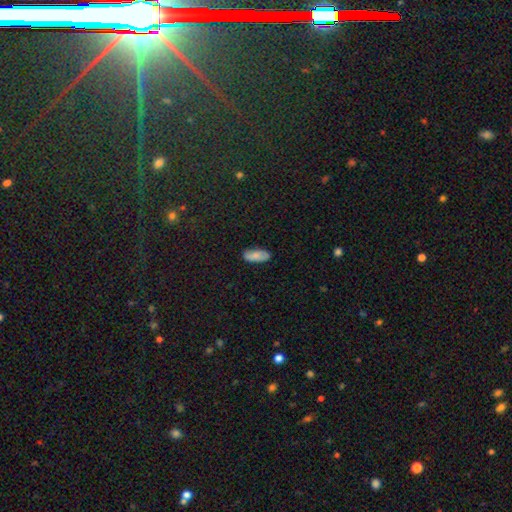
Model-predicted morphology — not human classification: smooth_or_featured: smooth (p=0.75) [alt: featured or disk p=0.17]
how_rounded: in between (p=0.88) [alt: cigar-shaped p=0.10]
merging: none (p=0.82) [alt: minor disturbance p=0.14]